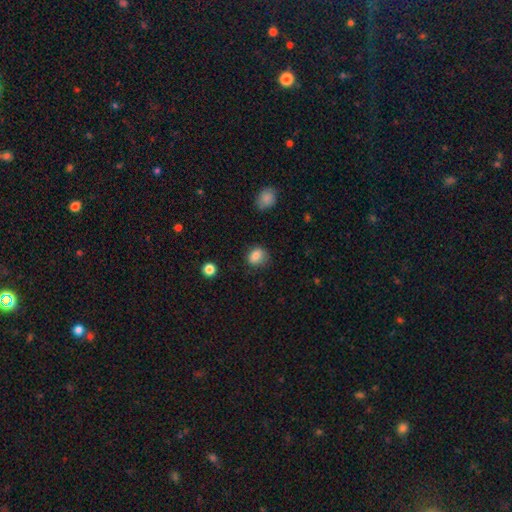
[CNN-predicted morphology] smooth_or_featured: smooth (p=0.84) [alt: star or artifact p=0.10]
how_rounded: round (p=0.62) [alt: in between p=0.37]
merging: none (p=0.72) [alt: minor disturbance p=0.21]